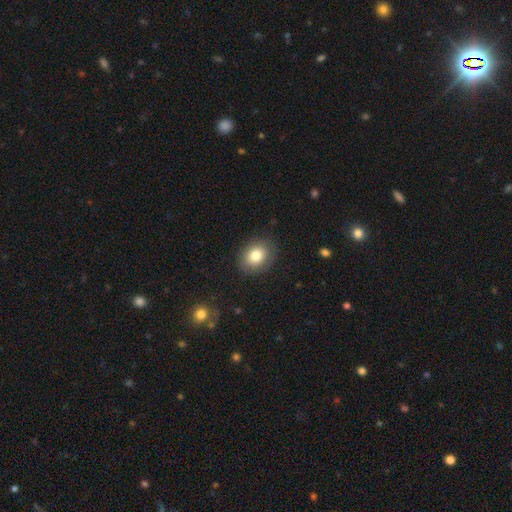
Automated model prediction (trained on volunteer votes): This is clearly a smooth galaxy (81%). How rounded: possibly in between (56%). Merging: clearly none (85%).